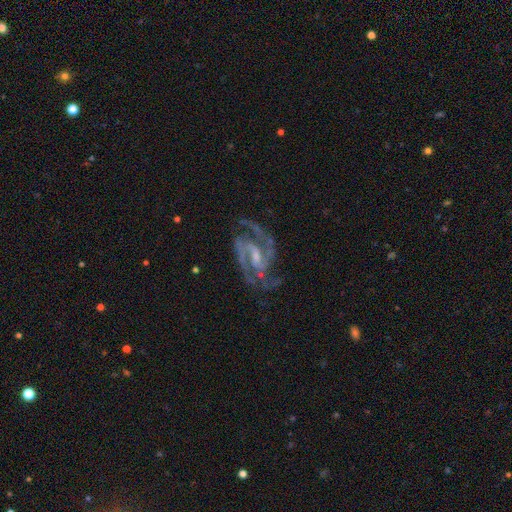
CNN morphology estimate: Q: Smooth or featured?
A: featured or disk (93%); runner-up: star or artifact (5%)
Q: Edge-on disk?
A: no (98%); runner-up: yes (2%)
Q: Bar?
A: weak (52%); runner-up: strong (30%)
Q: Spiral arms?
A: yes (98%); runner-up: no (2%)
Q: Spiral winding?
A: medium (60%); runner-up: tight (29%)
Q: Spiral arm count?
A: 2 (73%); runner-up: 3 (14%)
Q: Bulge size?
A: small (52%); runner-up: moderate (32%)
Q: Merging?
A: none (73%); runner-up: minor disturbance (16%)